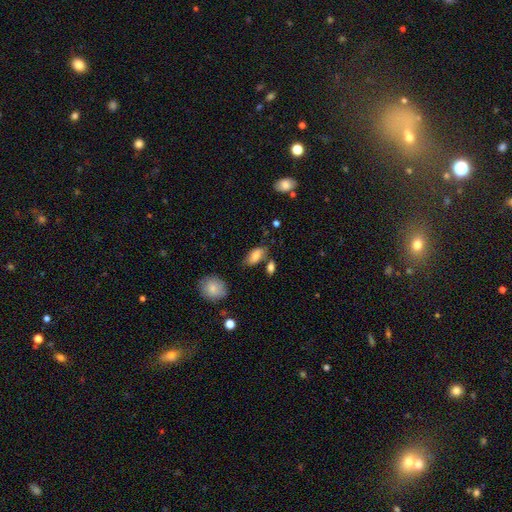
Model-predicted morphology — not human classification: The model was most divided on "merging": none: 65%, minor disturbance: 19%, merger: 10%, major disturbance: 5%. More confident: how rounded — in between (91%); smooth or featured — smooth (79%).